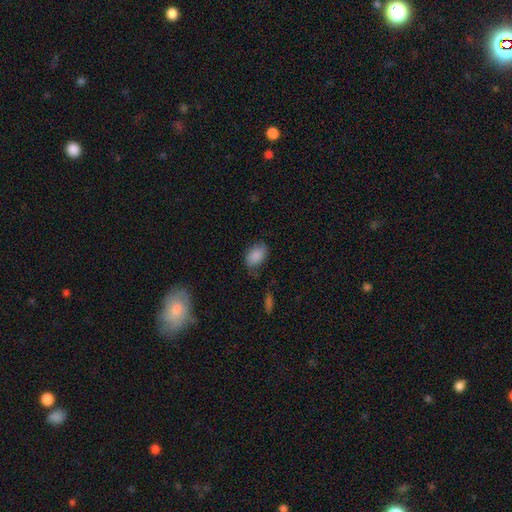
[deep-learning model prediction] Smooth or featured?
  - smooth: 87% *
  - star or artifact: 7%
  - featured or disk: 6%
How rounded?
  - in between: 87% *
  - round: 12%
  - cigar-shaped: 1%
Merging?
  - none: 69% *
  - minor disturbance: 23%
  - major disturbance: 6%
  - merger: 2%